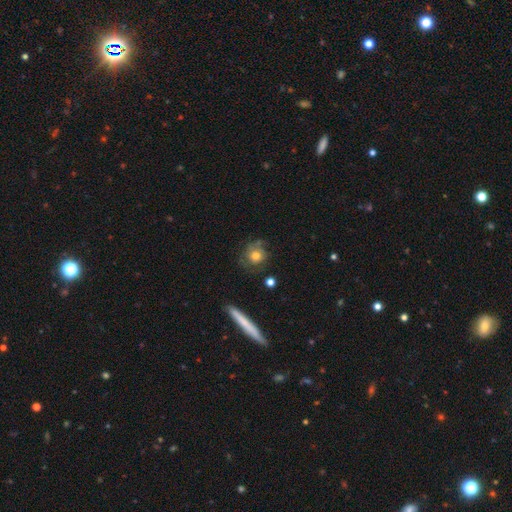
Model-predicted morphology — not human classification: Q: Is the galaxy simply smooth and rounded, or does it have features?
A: smooth — 58%.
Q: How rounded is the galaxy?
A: round — 79%.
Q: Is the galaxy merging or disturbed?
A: none — 60%.